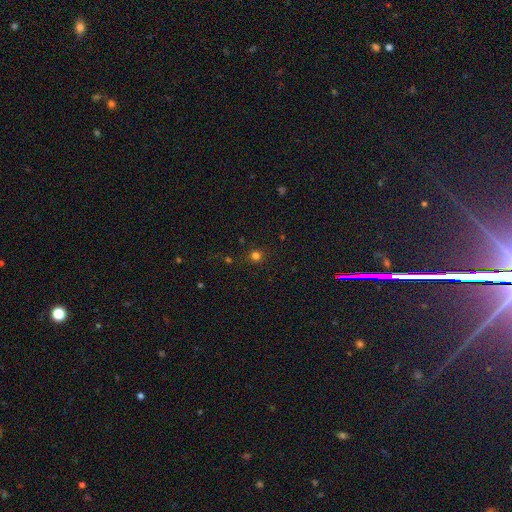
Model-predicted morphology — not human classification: Smooth or featured?
  - smooth: 75% *
  - star or artifact: 20%
  - featured or disk: 5%
How rounded?
  - round: 92% *
  - in between: 7%
  - cigar-shaped: 1%
Merging?
  - none: 87% *
  - minor disturbance: 8%
  - major disturbance: 3%
  - merger: 2%